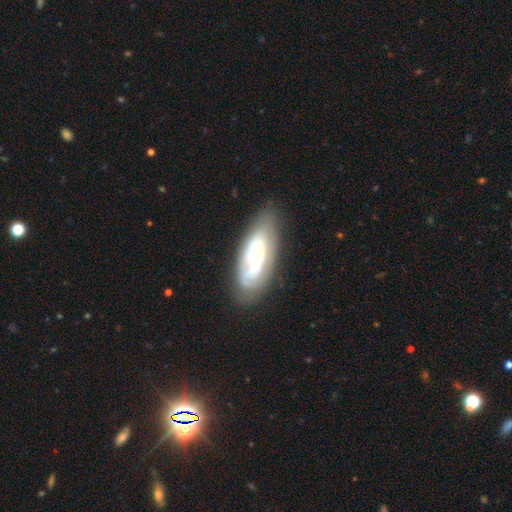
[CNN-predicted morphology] smooth-or-featured: featured or disk: 68% | smooth: 25% | star or artifact: 6%
  disk-edge-on: no: 90% | yes: 10%
    bar: no: 77% | weak: 18% | strong: 5%
    has-spiral-arms: yes: 71% | no: 29%
    bulge-size: small: 61% | moderate: 32% | large: 3% | none: 3% | dominant: 1%
  merging: none: 72% | minor disturbance: 18% | major disturbance: 7% | merger: 3%